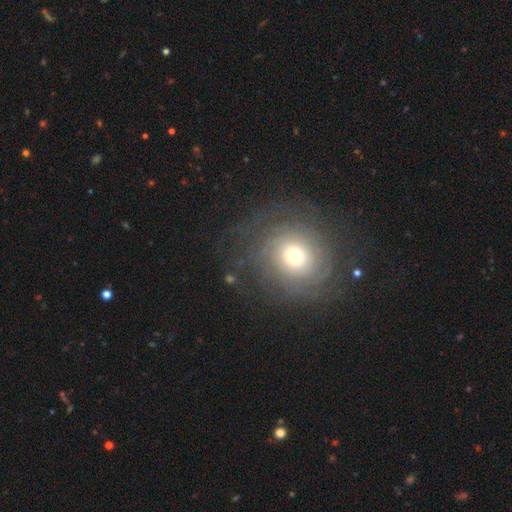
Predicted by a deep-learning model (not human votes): Smooth or featured? Predicted: smooth (p=0.54). How rounded? Predicted: round (p=0.83). Merging? Predicted: none (p=0.82).